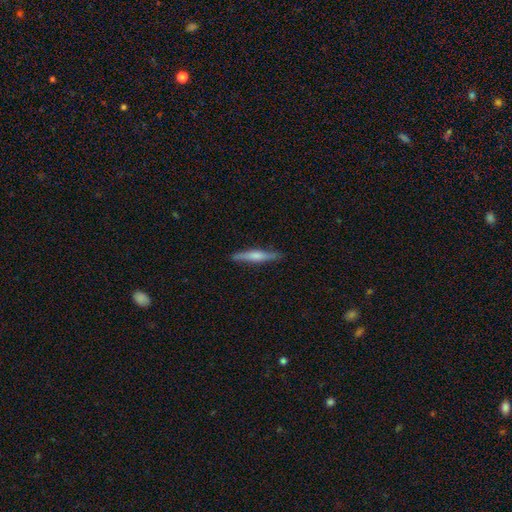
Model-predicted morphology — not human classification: This is possibly a smooth galaxy (47%, tied with featured or disk). Merging: clearly none (87%).